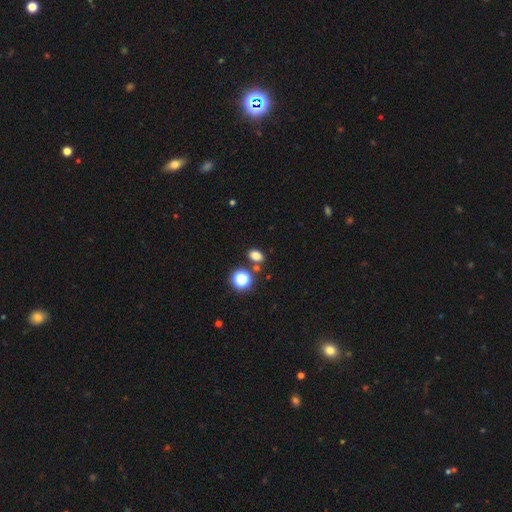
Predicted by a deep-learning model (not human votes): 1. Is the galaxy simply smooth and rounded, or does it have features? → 78% smooth, 17% star or artifact, 5% featured or disk.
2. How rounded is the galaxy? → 72% in between, 27% round, 1% cigar-shaped.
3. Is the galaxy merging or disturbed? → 77% none, 10% minor disturbance, 9% merger, 3% major disturbance.